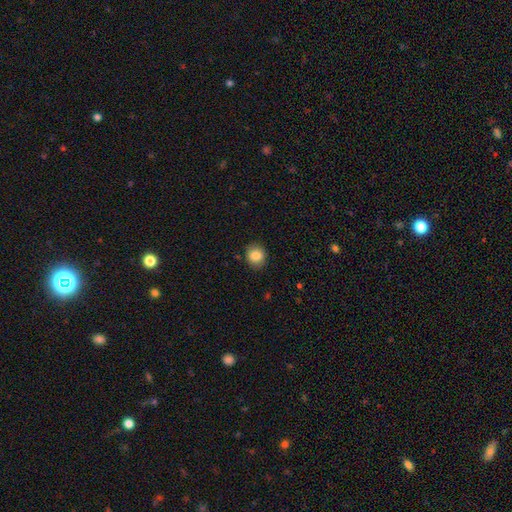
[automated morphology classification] Smooth or featured: smooth — 85% (star or artifact — 9%)
How rounded: round — 82% (in between — 17%)
Merging: none — 88% (minor disturbance — 9%)